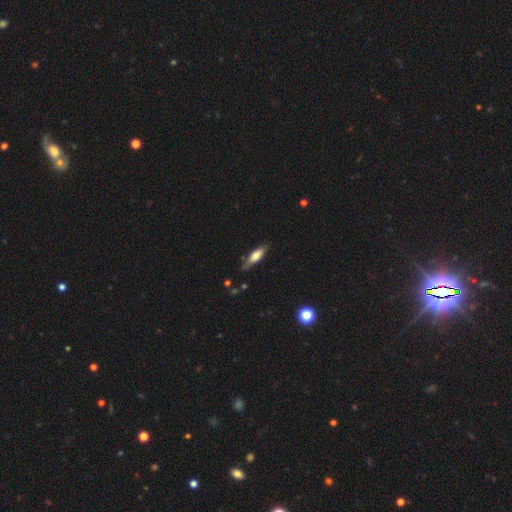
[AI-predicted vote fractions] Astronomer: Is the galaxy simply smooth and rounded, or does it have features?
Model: smooth — 64%.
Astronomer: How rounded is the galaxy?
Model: cigar-shaped — 51% (runner-up: in between, 47%).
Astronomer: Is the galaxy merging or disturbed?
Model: none — 72%.